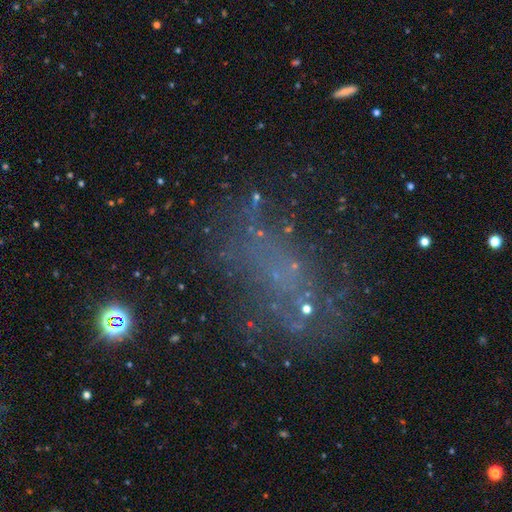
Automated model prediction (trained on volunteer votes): Morphology: type=featured or disk (37%); merging=none (51%).